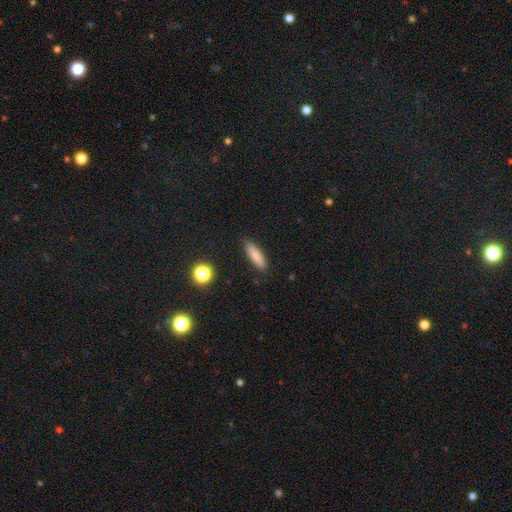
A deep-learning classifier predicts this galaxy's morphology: Overall: smooth (84%). How rounded: cigar-shaped (64%; in between 33%). Merging: none (88%).